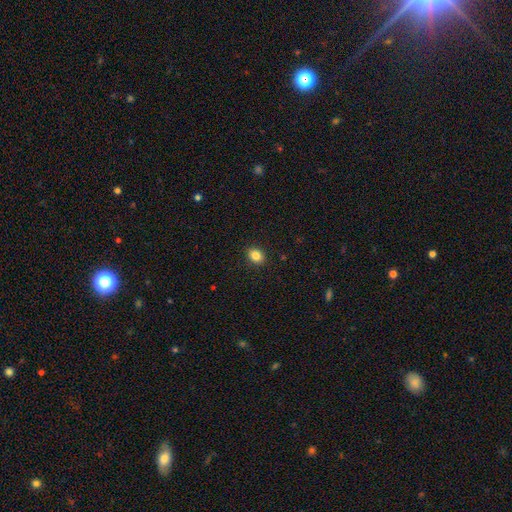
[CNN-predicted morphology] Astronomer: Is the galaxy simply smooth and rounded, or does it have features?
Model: smooth — 85%.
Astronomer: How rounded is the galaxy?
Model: in between — 56% (runner-up: round, 43%).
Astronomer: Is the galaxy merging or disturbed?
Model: none — 90%.